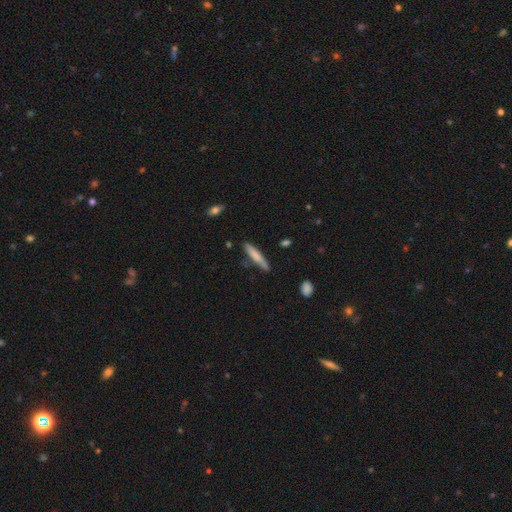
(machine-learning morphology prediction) Overall: smooth (72%). How rounded: cigar-shaped (91%). Merging: none (78%).